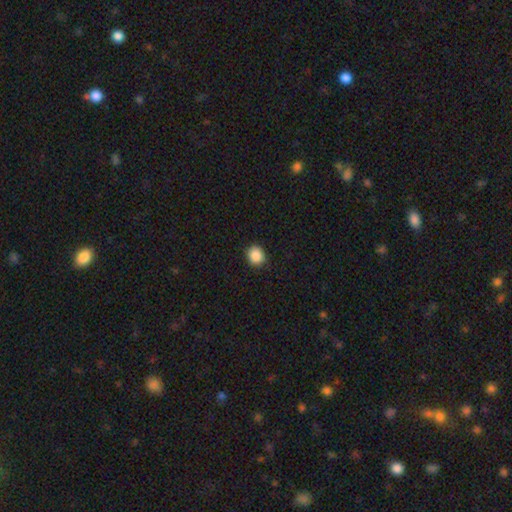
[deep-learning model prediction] A smooth galaxy with no disk features (88%) that is round (81%). Merging: none (88%).